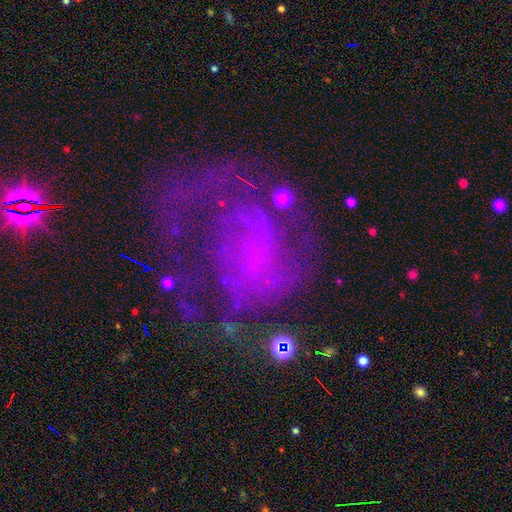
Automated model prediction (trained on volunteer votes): smooth-or-featured: featured or disk: 76% | star or artifact: 12% | smooth: 11%
  disk-edge-on: no: 98% | yes: 2%
    bar: no: 51% | weak: 39% | strong: 11%
    has-spiral-arms: yes: 81% | no: 19%
      spiral-winding: medium: 45% | loose: 29% | tight: 27%
      spiral-arm-count: 2: 41% | can't tell: 25% | 1: 16% | 3: 10% | 4: 4% | more than 4: 4%
    bulge-size: none: 55% | small: 34% | moderate: 8% | large: 2% | dominant: 1%
  merging: none: 46% | major disturbance: 33% | minor disturbance: 18% | merger: 4%